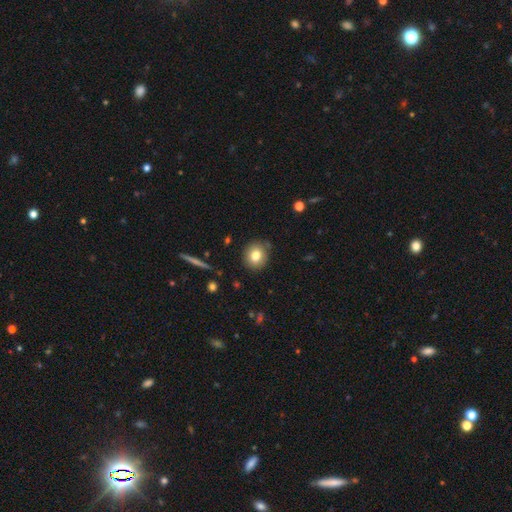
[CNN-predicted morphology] This is likely a smooth galaxy (78%). How rounded: likely round (80%). Merging: clearly none (85%).